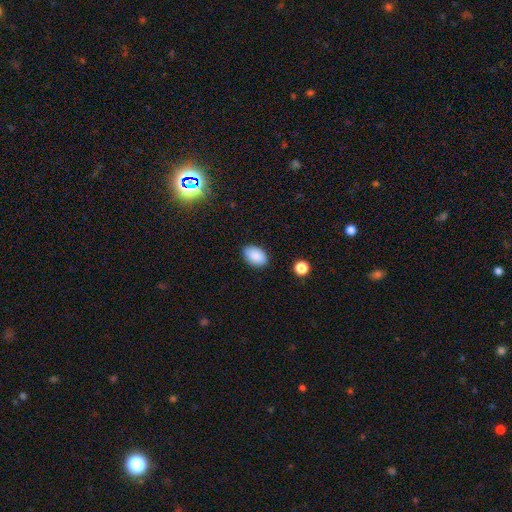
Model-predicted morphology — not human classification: The model was most divided on "merging": none: 86%, minor disturbance: 10%, major disturbance: 2%, merger: 1%. More confident: how rounded — in between (90%); smooth or featured — smooth (89%).